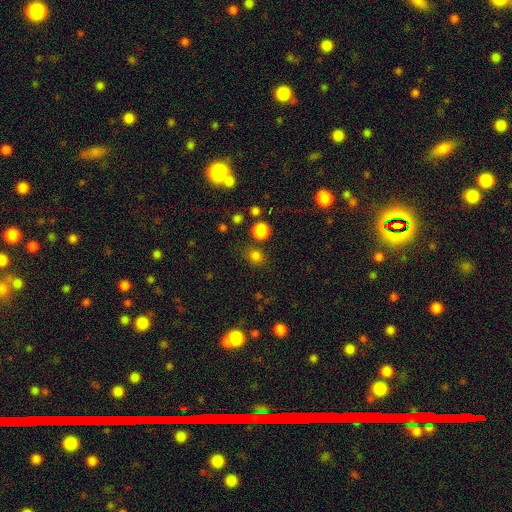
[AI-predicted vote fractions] Smooth or featured? Predicted: smooth (p=0.79). How rounded? Predicted: round (p=0.74). Merging? Predicted: none (p=0.75).